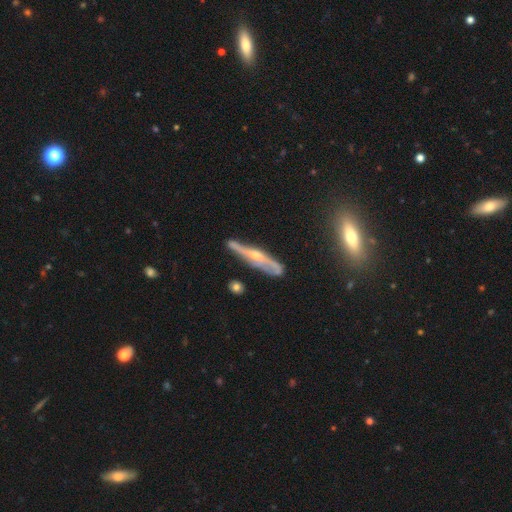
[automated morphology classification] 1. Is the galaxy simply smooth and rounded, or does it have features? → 78% featured or disk, 16% smooth, 6% star or artifact.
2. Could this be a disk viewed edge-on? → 73% yes, 27% no.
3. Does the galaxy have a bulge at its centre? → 84% rounded, 12% none, 4% boxy.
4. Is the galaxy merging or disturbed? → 66% none, 23% minor disturbance, 7% major disturbance, 4% merger.